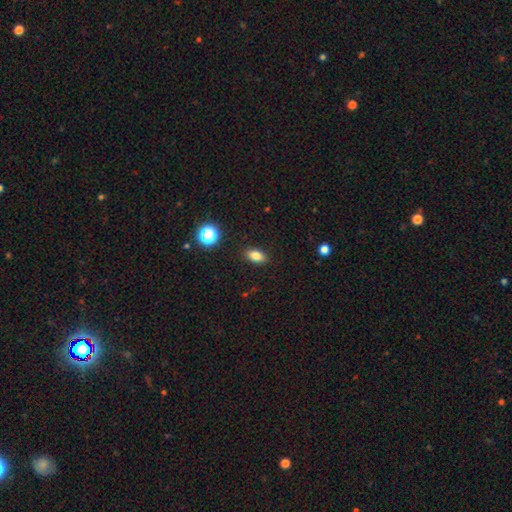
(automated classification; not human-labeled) Q: Smooth or featured?
A: smooth (82%); runner-up: star or artifact (12%)
Q: How rounded?
A: in between (87%); runner-up: round (9%)
Q: Merging?
A: none (88%); runner-up: minor disturbance (8%)